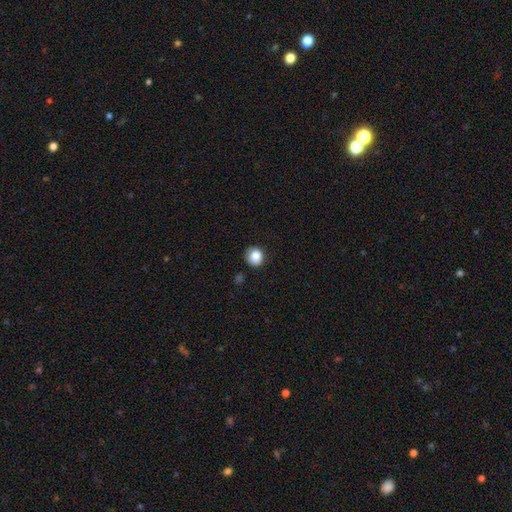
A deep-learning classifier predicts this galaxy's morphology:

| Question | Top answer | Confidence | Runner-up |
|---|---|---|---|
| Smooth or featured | smooth | 83% | star or artifact (10%) |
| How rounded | round | 85% | in between (14%) |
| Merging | none | 80% | minor disturbance (15%) |